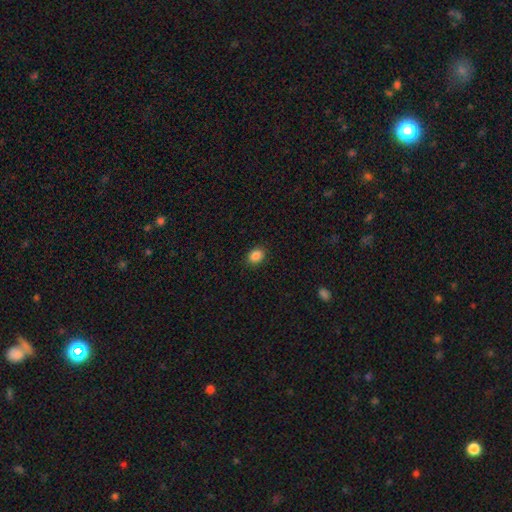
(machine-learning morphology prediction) smooth 87%, star or artifact 10%, featured or disk 3%. Down the decision tree: how rounded — in between (59%); merging — none (90%).